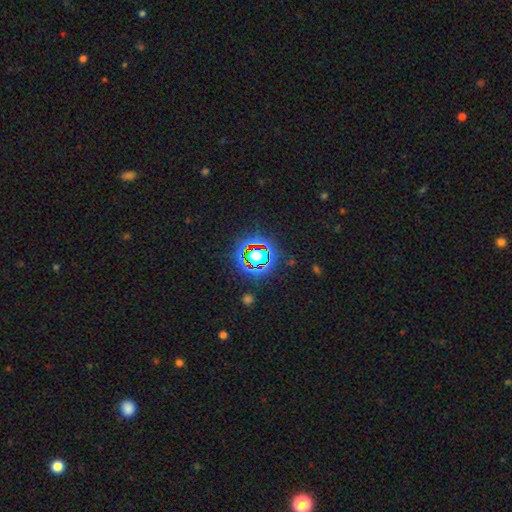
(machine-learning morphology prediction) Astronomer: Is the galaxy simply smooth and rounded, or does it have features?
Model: star or artifact — 68%.